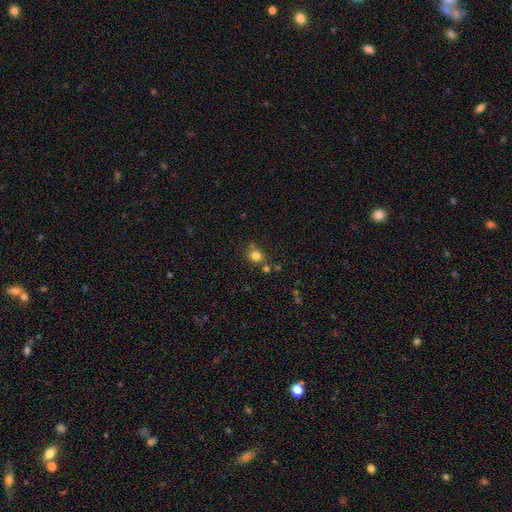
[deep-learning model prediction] Smooth or featured: smooth — 80% (star or artifact — 14%)
How rounded: round — 73% (in between — 26%)
Merging: none — 70% (merger — 14%)